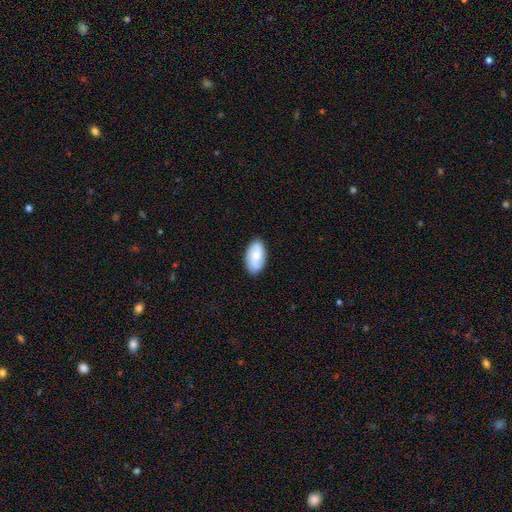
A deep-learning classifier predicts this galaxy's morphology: Smooth or featured: smooth — 65% (featured or disk — 29%)
How rounded: in between — 94% (round — 4%)
Merging: none — 85% (minor disturbance — 11%)